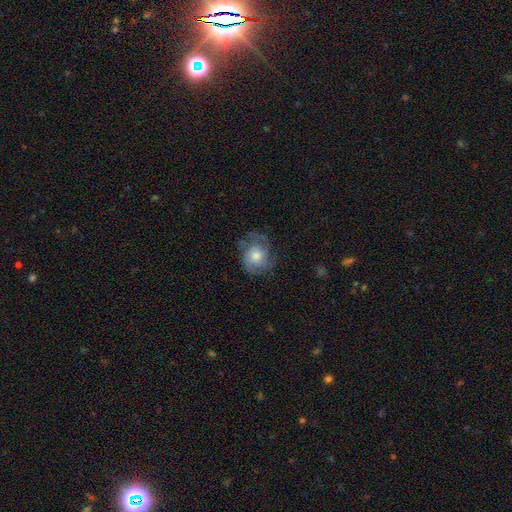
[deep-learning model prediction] The model was most divided on "smooth or featured": featured or disk: 57%, smooth: 35%, star or artifact: 9%. More confident: edge-on disk — no (97%); spiral arms — yes (85%); bar — no (82%); merging — none (64%); bulge size — moderate (55%).